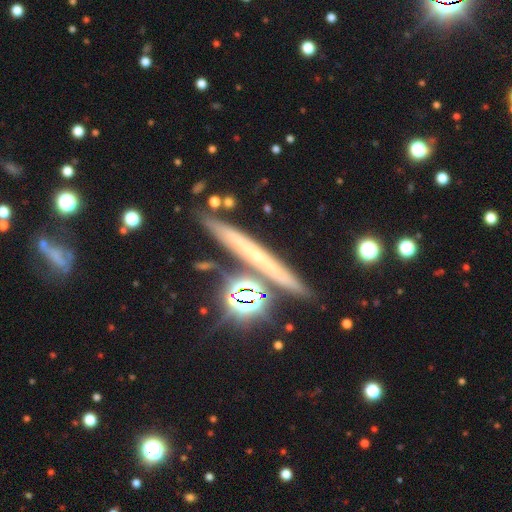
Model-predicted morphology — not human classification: featured or disk 45%, smooth 31%, star or artifact 24%. Down the decision tree: merging — none (83%).